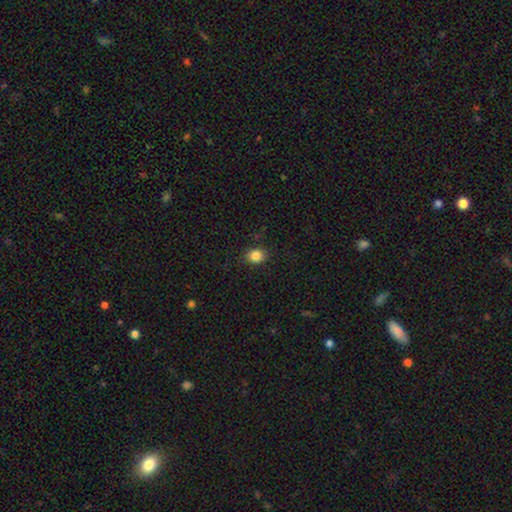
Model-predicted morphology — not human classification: smooth-or-featured: smooth: 84% | star or artifact: 11% | featured or disk: 5%
  how-rounded: round: 57% | in between: 42% | cigar-shaped: 1%
  merging: none: 88% | minor disturbance: 9% | major disturbance: 2% | merger: 1%